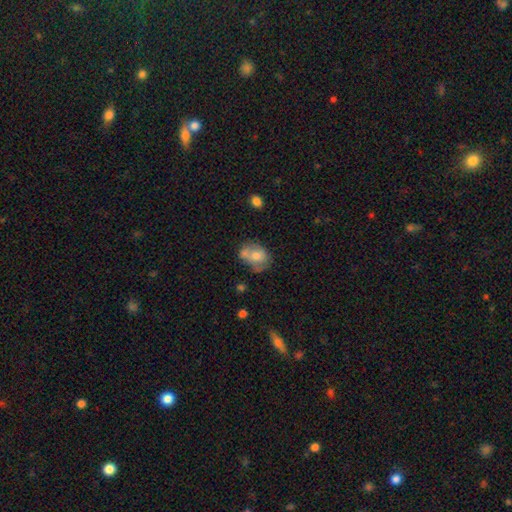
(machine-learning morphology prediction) A smooth galaxy with no disk features (60%) that is in between round and cigar-shaped (59%). Merging: none (41%).